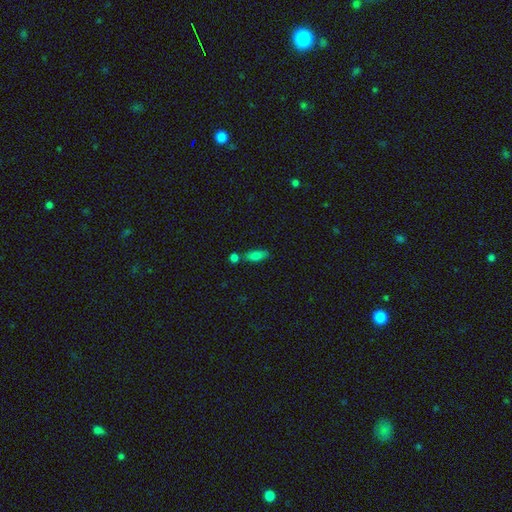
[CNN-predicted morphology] This appears to be a smooth galaxy with no disk features (81%) that is in between round and cigar-shaped (72%). Merging: none (60%).